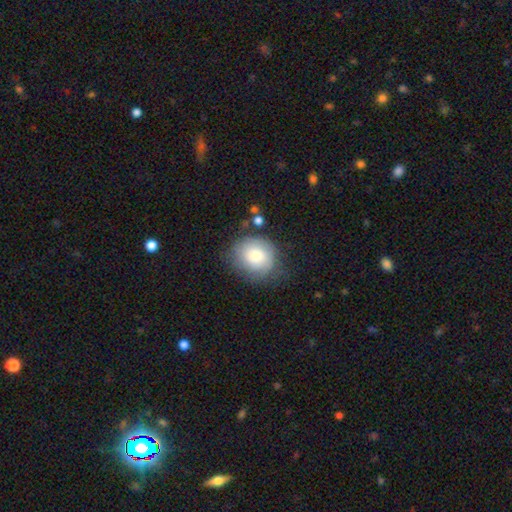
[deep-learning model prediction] Smooth or featured: smooth — 74% (featured or disk — 18%)
How rounded: round — 79% (in between — 20%)
Merging: none — 67% (minor disturbance — 22%)